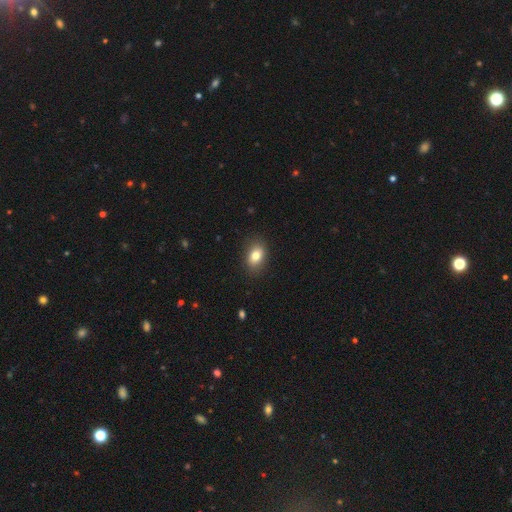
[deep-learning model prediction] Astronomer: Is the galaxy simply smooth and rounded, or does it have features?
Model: smooth — 81%.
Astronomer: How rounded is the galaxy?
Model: in between — 79%.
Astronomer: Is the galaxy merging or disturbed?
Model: none — 86%.